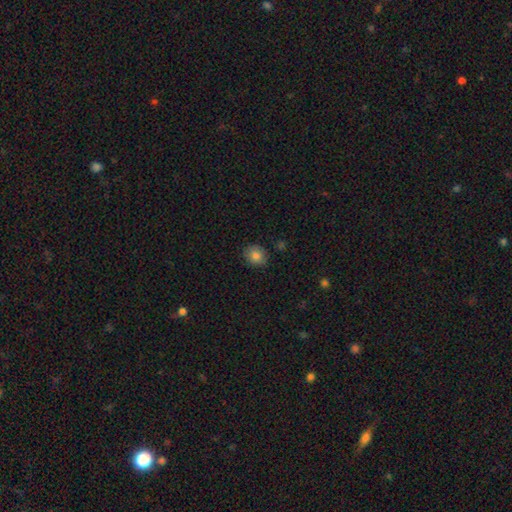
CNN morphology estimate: Smooth or featured? Predicted: smooth (p=0.84). How rounded? Predicted: round (p=0.74). Merging? Predicted: none (p=0.84).